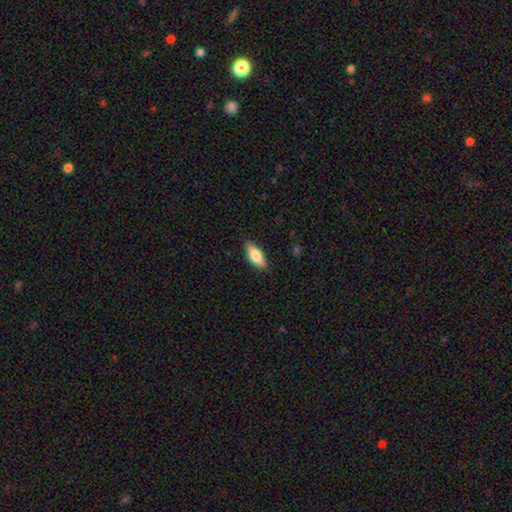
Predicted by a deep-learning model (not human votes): smooth_or_featured: smooth (p=0.72) [alt: featured or disk p=0.21]
how_rounded: in between (p=0.75) [alt: cigar-shaped p=0.22]
merging: none (p=0.87) [alt: minor disturbance p=0.10]